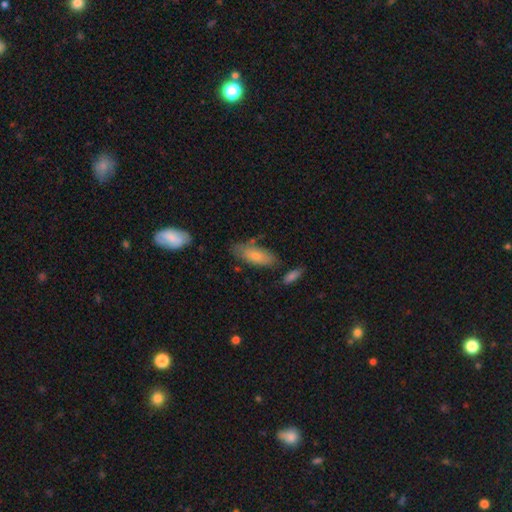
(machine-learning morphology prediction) smooth_or_featured: smooth (p=0.76) [alt: featured or disk p=0.18]
how_rounded: in between (p=0.81) [alt: cigar-shaped p=0.16]
merging: none (p=0.59) [alt: minor disturbance p=0.26]